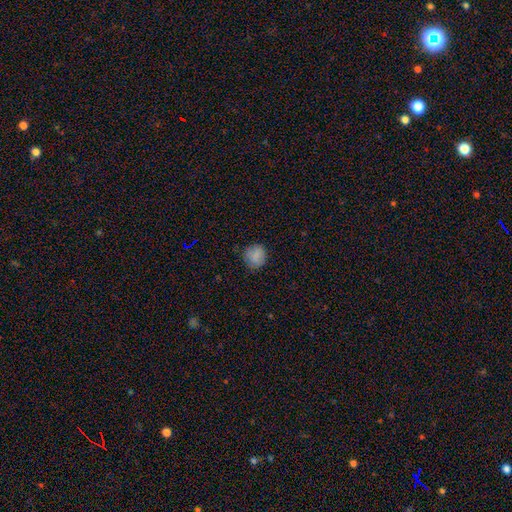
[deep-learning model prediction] Smooth or featured: smooth — 84% (star or artifact — 11%)
How rounded: round — 86% (in between — 13%)
Merging: none — 82% (minor disturbance — 14%)